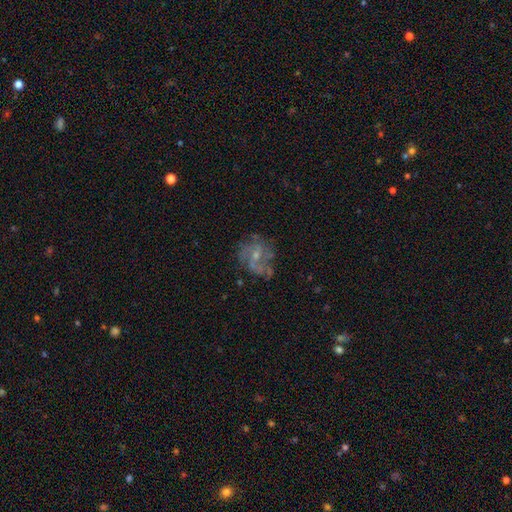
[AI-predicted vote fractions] Smooth or featured? featured or disk (71%)
Edge-on disk? no (98%)
Bar? no (61%)
Spiral arms? yes (74%)
Spiral winding? medium (45%)
Spiral arm count? can't tell (35%)
Bulge size? small (63%)
Merging? none (60%)